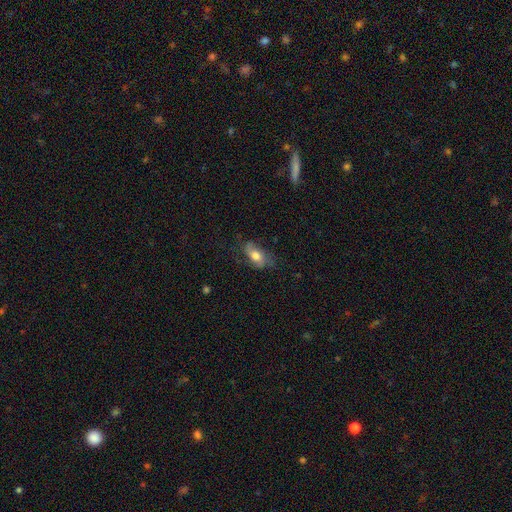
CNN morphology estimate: Smooth or featured? smooth (67%)
How rounded? in between (85%)
Merging? none (59%)